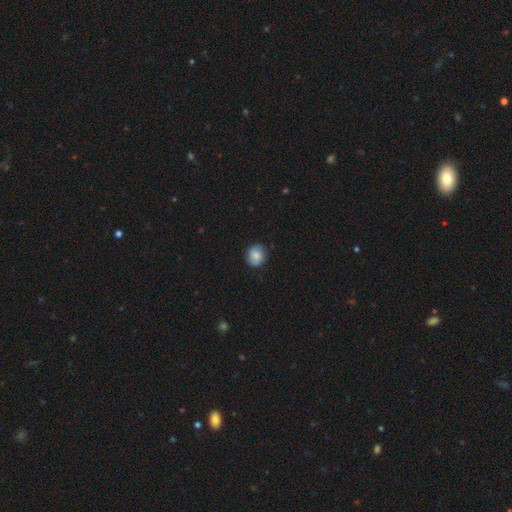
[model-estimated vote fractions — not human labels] This is likely a smooth galaxy (78%). How rounded: likely round (79%). Merging: clearly none (83%).